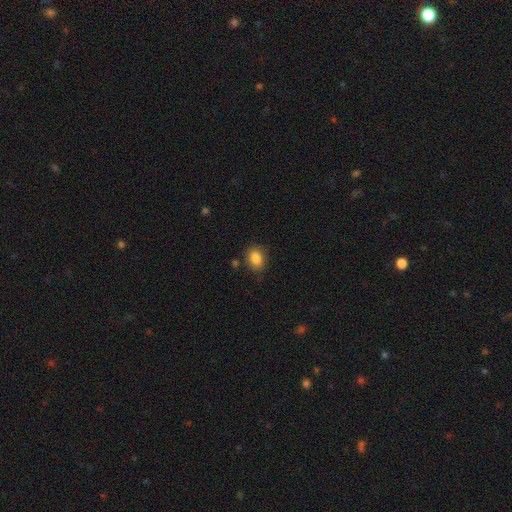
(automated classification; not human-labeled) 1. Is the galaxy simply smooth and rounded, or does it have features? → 85% smooth, 10% star or artifact, 5% featured or disk.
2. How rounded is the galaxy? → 69% in between, 29% round, 1% cigar-shaped.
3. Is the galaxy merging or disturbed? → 82% none, 12% minor disturbance, 3% major disturbance, 2% merger.